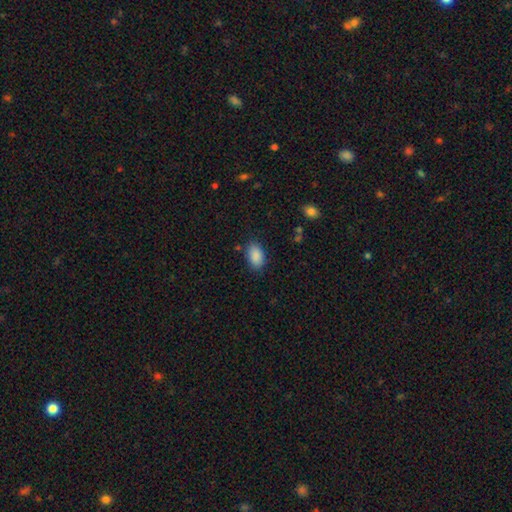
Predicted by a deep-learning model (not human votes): smooth-or-featured: smooth: 89% | star or artifact: 7% | featured or disk: 4%
  how-rounded: in between: 92% | round: 7% | cigar-shaped: 2%
  merging: none: 83% | minor disturbance: 12% | major disturbance: 3% | merger: 2%